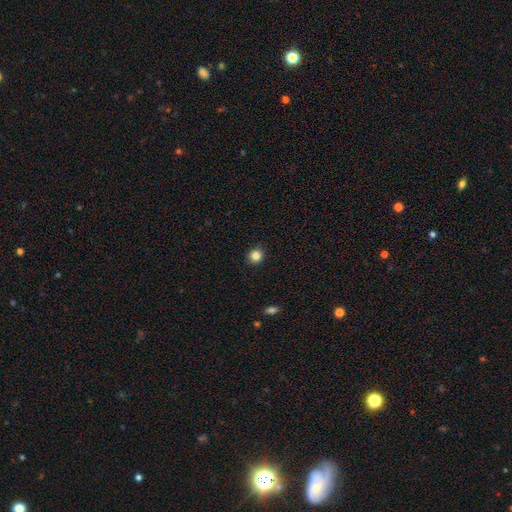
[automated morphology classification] The model was most divided on "smooth or featured": smooth: 84%, star or artifact: 11%, featured or disk: 5%. More confident: merging — none (91%); how rounded — round (87%).